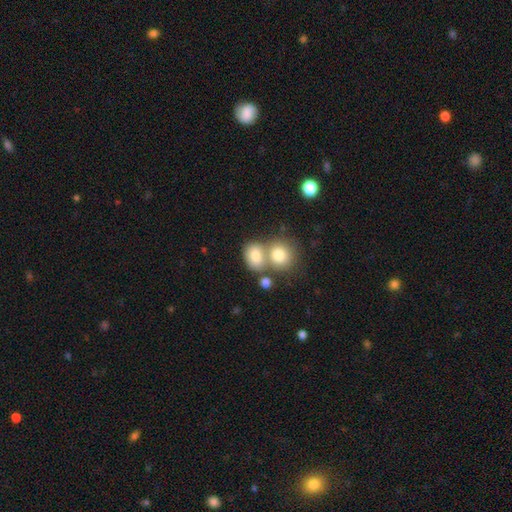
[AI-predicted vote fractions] A smooth galaxy with no disk features (79%) that is in between round and cigar-shaped (55%).

Vote fractions:
- Smooth or featured? smooth: 79% / featured or disk: 12% / star or artifact: 9%
- How rounded? in between: 55% / round: 44% / cigar-shaped: 1%
- Merging? merger: 51% / none: 36% / minor disturbance: 9% / major disturbance: 4%